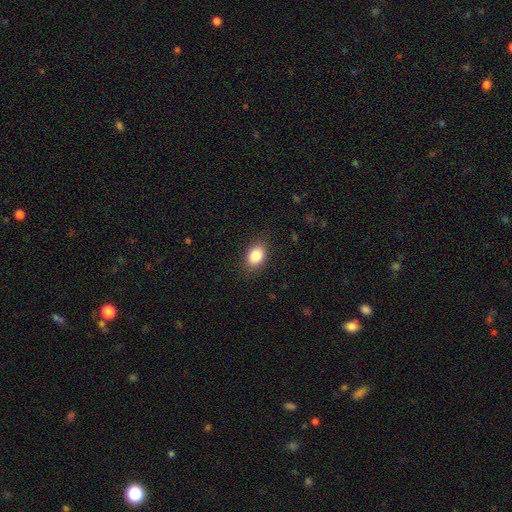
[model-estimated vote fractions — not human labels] A smooth galaxy with no disk features (86%) that is in between round and cigar-shaped (78%).

Vote fractions:
- Smooth or featured? smooth: 86% / star or artifact: 8% / featured or disk: 6%
- How rounded? in between: 78% / round: 21% / cigar-shaped: 1%
- Merging? none: 85% / minor disturbance: 11% / major disturbance: 3% / merger: 1%